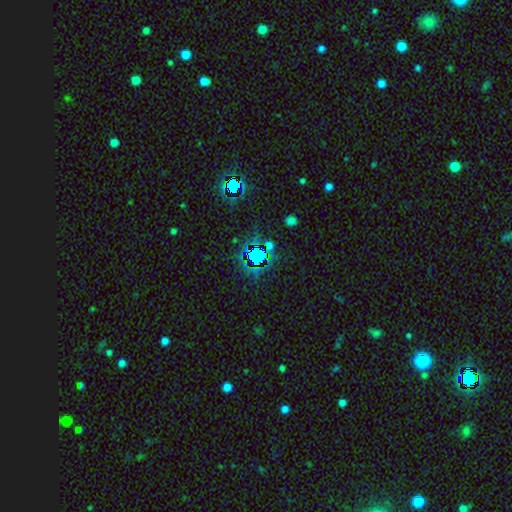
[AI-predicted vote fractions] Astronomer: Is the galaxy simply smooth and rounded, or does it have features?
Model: star or artifact — 71%.